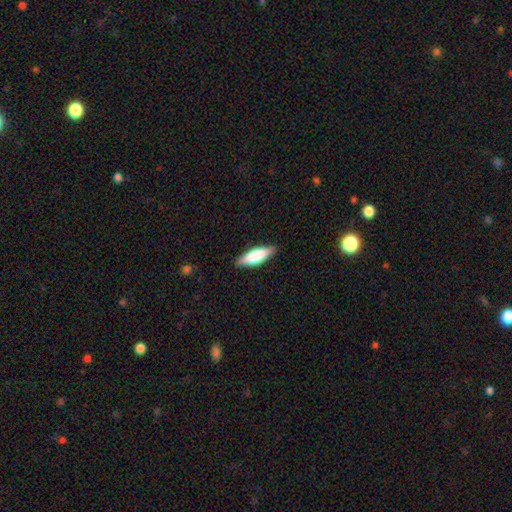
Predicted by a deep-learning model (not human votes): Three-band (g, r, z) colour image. It shows a smooth galaxy with no disk features (74%) that is in between round and cigar-shaped (56%). Merging: none (86%).